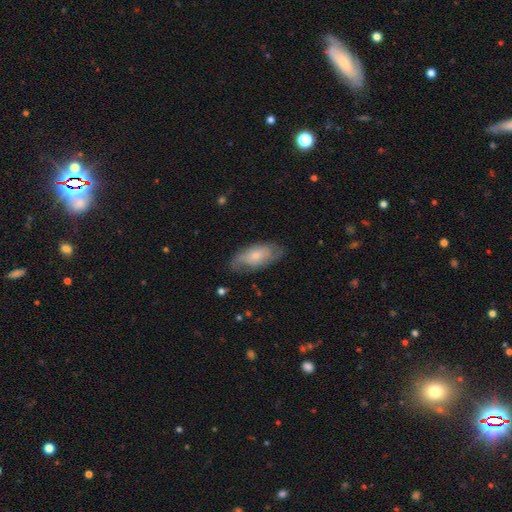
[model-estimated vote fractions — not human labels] smooth_or_featured: smooth (p=0.47) [alt: featured or disk p=0.46]
merging: none (p=0.70) [alt: minor disturbance p=0.21]